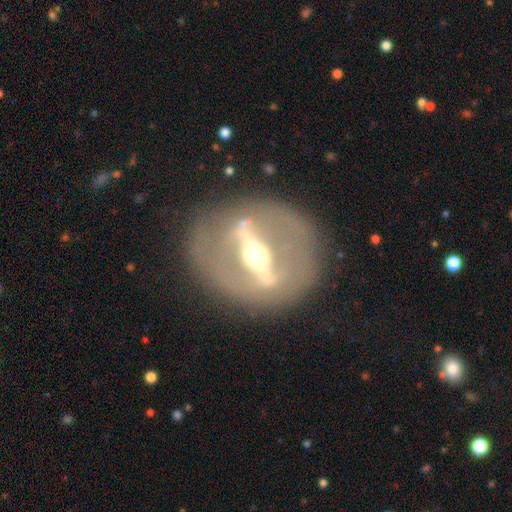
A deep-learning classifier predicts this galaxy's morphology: smooth-or-featured: featured or disk: 86% | smooth: 8% | star or artifact: 6%
  disk-edge-on: no: 52% | yes: 48%
  merging: none: 82% | minor disturbance: 9% | major disturbance: 7% | merger: 2%